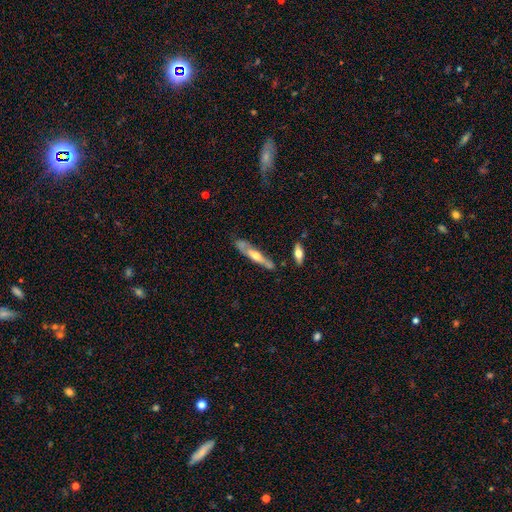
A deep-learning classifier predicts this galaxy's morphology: Smooth or featured? Predicted: featured or disk (p=0.57). Edge-on disk? Predicted: yes (p=0.79). Merging? Predicted: none (p=0.66).